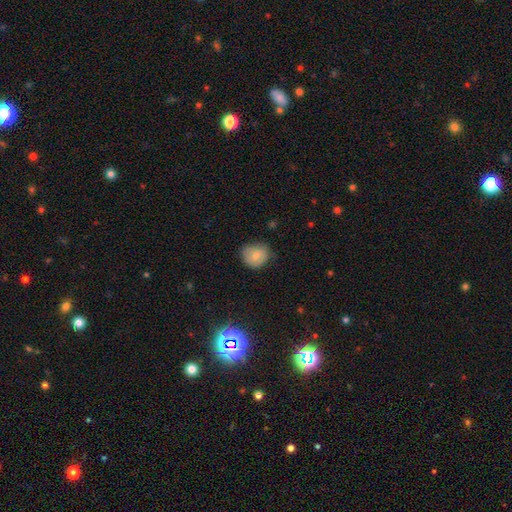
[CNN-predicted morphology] smooth 77%, featured or disk 14%, star or artifact 9%. Down the decision tree: how rounded — round (77%); merging — none (64%).